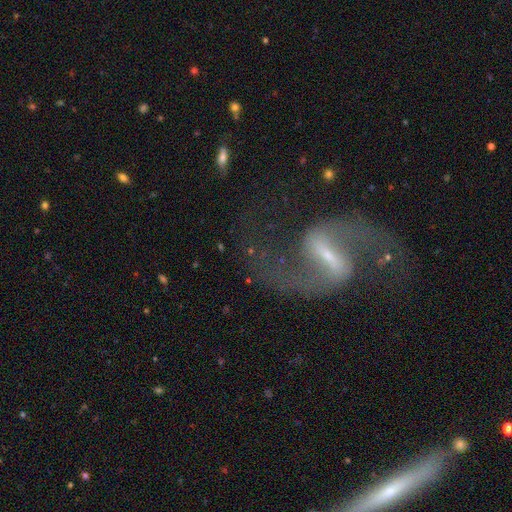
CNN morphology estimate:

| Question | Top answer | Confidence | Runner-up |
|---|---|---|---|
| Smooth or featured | featured or disk | 89% | star or artifact (6%) |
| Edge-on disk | no | 96% | yes (4%) |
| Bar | strong | 56% | weak (37%) |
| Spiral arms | yes | 97% | no (3%) |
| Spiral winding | loose | 52% | medium (41%) |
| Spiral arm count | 2 | 94% | can't tell (2%) |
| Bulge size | small | 52% | moderate (22%) |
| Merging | none | 78% | minor disturbance (12%) |